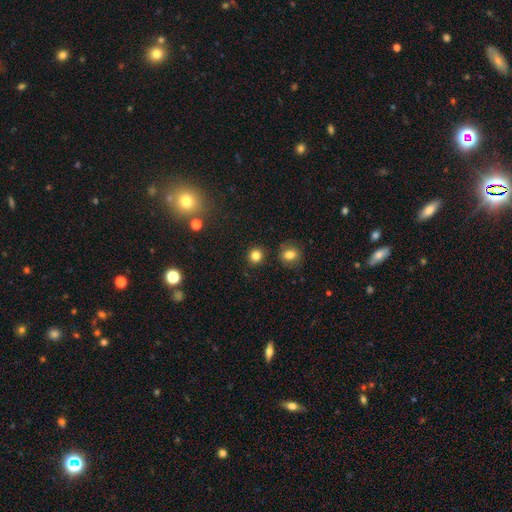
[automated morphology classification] The model was most divided on "smooth or featured": smooth: 82%, star or artifact: 14%, featured or disk: 5%. More confident: how rounded — round (91%); merging — none (88%).